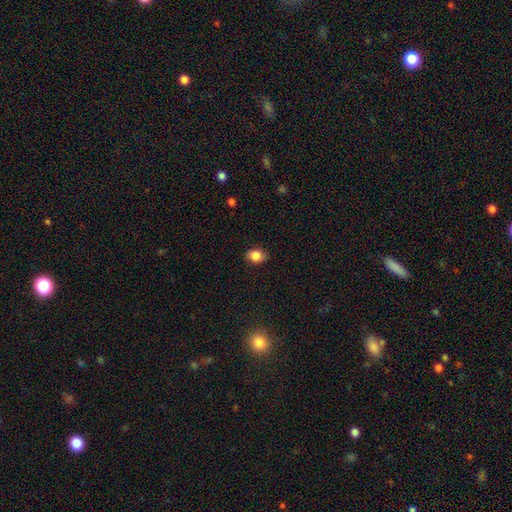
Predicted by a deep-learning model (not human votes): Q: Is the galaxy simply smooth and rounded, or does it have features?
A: smooth — 85%.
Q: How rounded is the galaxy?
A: round — 50%.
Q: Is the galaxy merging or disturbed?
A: none — 84%.